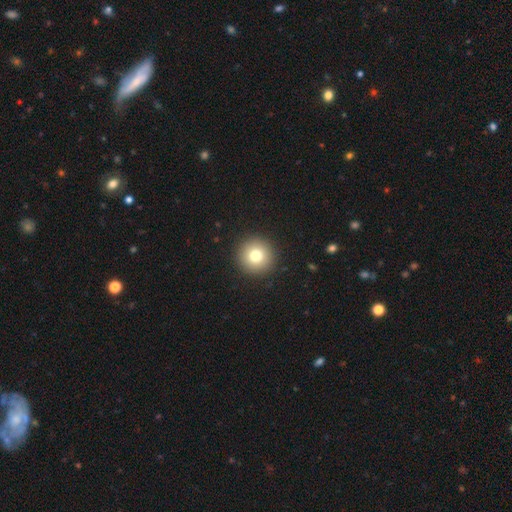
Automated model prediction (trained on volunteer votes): Smooth or featured? Predicted: smooth (p=0.79). How rounded? Predicted: round (p=0.96). Merging? Predicted: none (p=0.93).